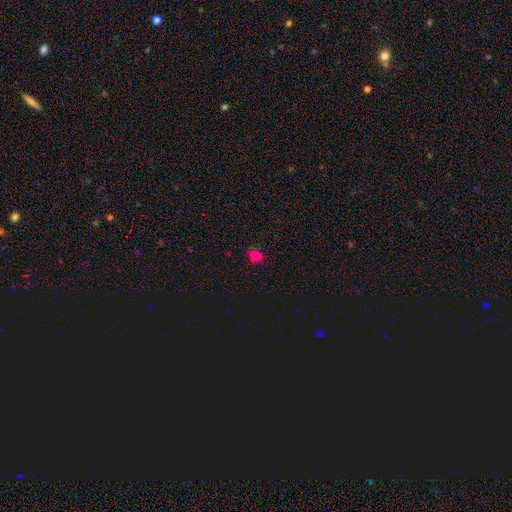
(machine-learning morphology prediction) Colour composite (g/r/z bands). It shows a smooth galaxy with no disk features (80%) that is round (50%). Merging: none (86%).